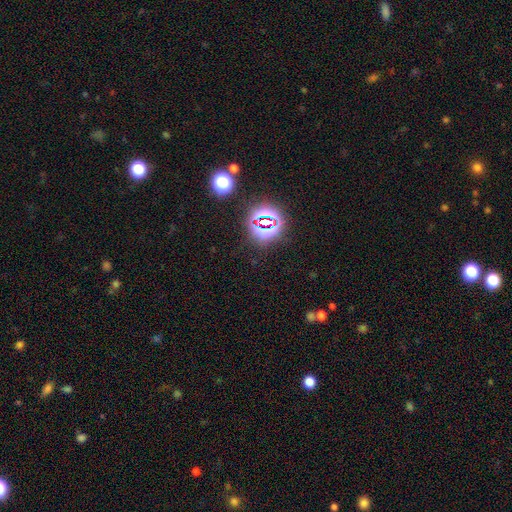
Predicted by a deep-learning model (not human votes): A star or artifact, not a galaxy (77%).

Vote fractions:
- Smooth or featured? star or artifact: 77% / smooth: 15% / featured or disk: 8%